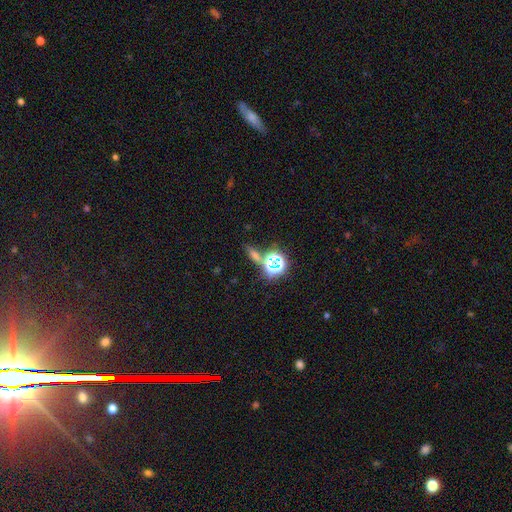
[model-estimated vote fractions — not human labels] A star or artifact, not a galaxy (55%).

Vote fractions:
- Smooth or featured? star or artifact: 55% / smooth: 31% / featured or disk: 14%